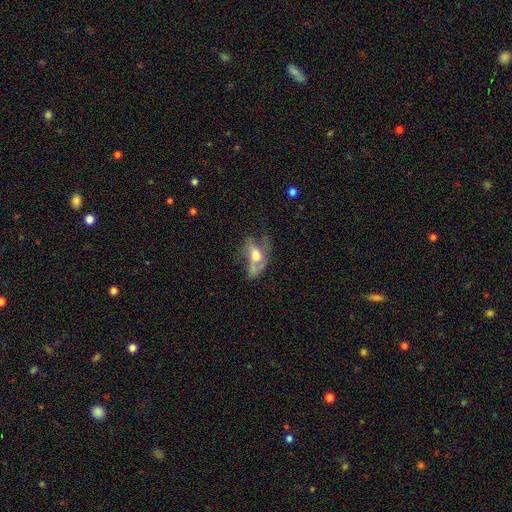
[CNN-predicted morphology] Overall: featured or disk (53%; smooth 38%). Edge-on disk: no (88%). Merging: major disturbance (44%; none 25%).